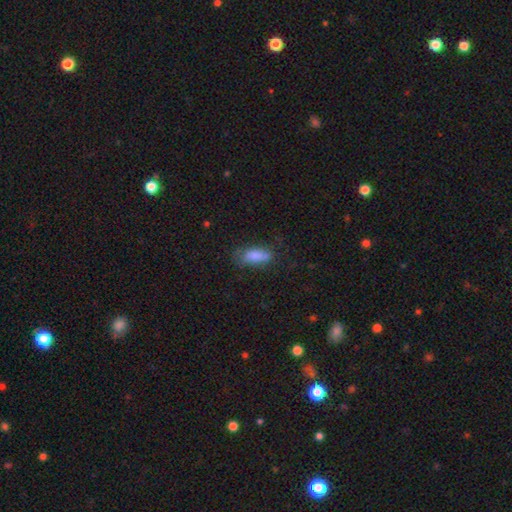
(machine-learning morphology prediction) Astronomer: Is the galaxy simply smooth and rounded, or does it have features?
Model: smooth — 79%.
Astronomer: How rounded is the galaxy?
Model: in between — 82%.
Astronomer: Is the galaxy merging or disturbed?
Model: none — 57%.